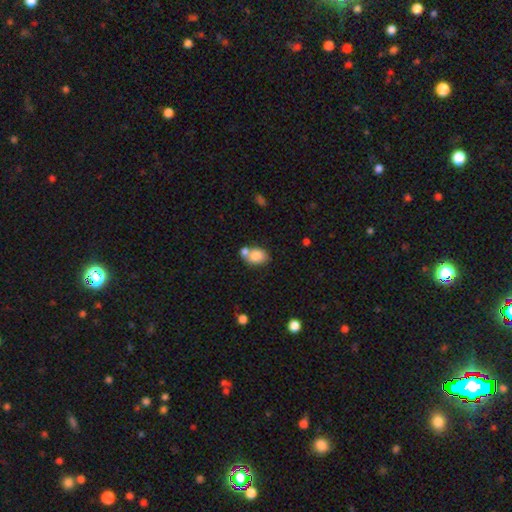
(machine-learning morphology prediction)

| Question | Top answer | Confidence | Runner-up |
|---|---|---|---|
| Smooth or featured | smooth | 82% | featured or disk (10%) |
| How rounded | in between | 66% | round (32%) |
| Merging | merger | 42% | tied: none (42%) |